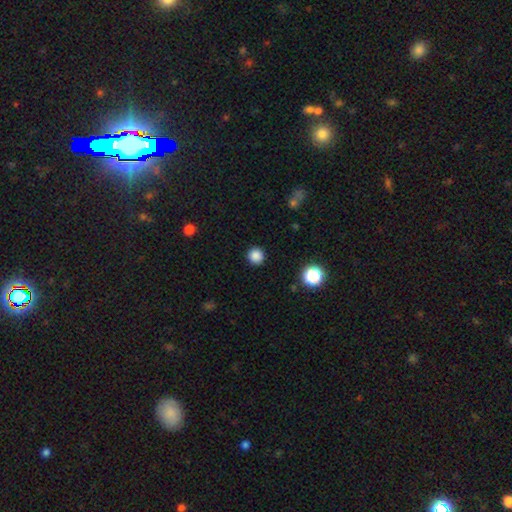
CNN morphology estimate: Overall: smooth (85%). How rounded: round (95%). Merging: none (91%).